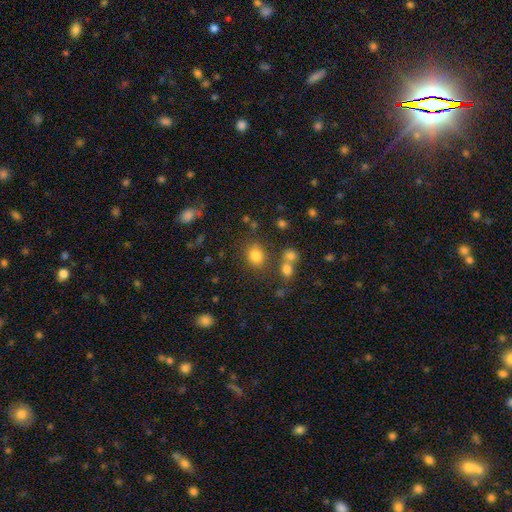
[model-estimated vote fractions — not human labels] A smooth galaxy with no disk features (80%) that is round (71%). Merging: none (76%).